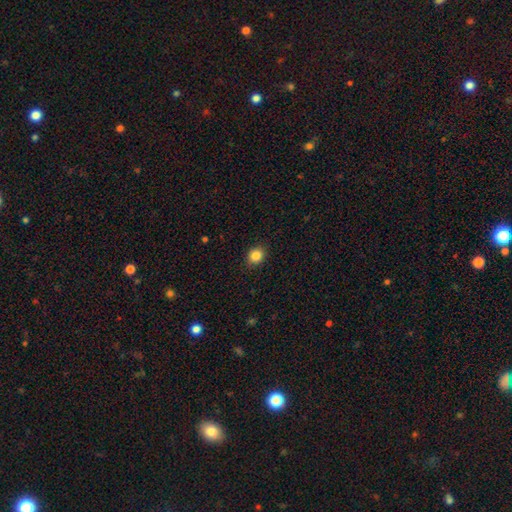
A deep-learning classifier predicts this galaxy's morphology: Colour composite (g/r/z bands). It shows a smooth galaxy with no disk features (85%) that is round (67%). Merging: none (89%).